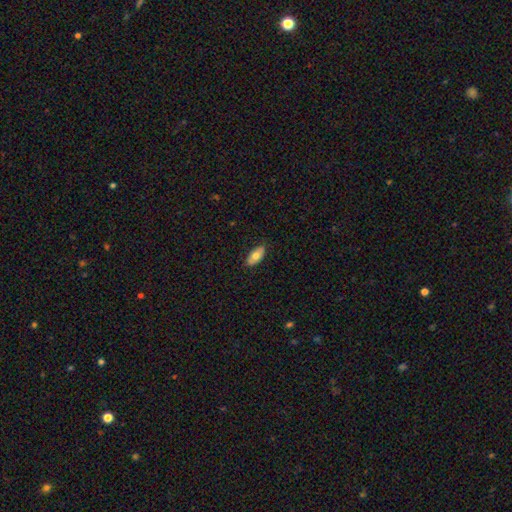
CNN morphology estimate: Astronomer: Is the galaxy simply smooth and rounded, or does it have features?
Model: smooth — 73%.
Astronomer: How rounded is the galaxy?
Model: in between — 89%.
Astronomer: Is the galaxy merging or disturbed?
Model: none — 85%.